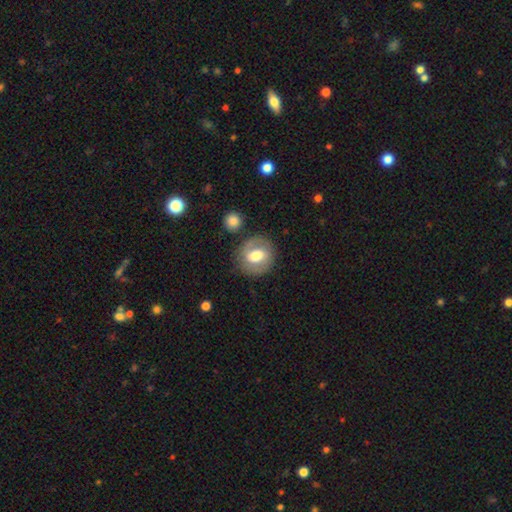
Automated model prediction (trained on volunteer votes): This appears to be a smooth galaxy with no disk features (53%) that is round (75%). Merging: none (78%).